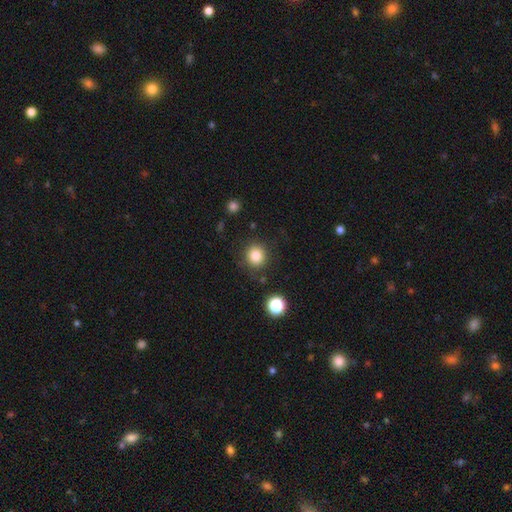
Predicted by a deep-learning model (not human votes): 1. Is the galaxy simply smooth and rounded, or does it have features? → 83% smooth, 11% star or artifact, 6% featured or disk.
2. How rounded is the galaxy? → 89% round, 10% in between, 1% cigar-shaped.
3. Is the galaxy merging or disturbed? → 85% none, 9% minor disturbance, 3% major disturbance, 3% merger.